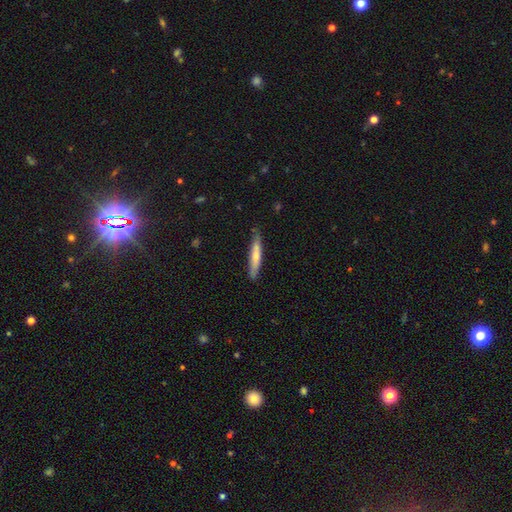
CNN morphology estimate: A smooth galaxy with no disk features (61%) that is cigar-shaped (92%).

Vote fractions:
- Smooth or featured? smooth: 61% / featured or disk: 33% / star or artifact: 5%
- How rounded? cigar-shaped: 92% / in between: 7% / round: 1%
- Merging? none: 81% / minor disturbance: 15% / major disturbance: 2% / merger: 2%